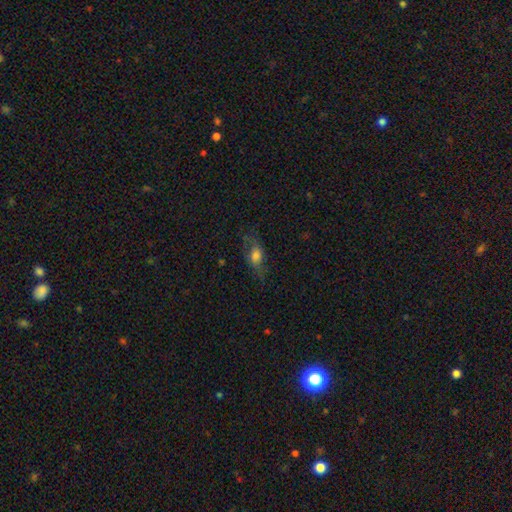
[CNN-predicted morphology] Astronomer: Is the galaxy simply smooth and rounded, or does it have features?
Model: smooth — 58%.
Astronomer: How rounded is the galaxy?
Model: in between — 75%.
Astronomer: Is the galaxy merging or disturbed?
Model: none — 56%.